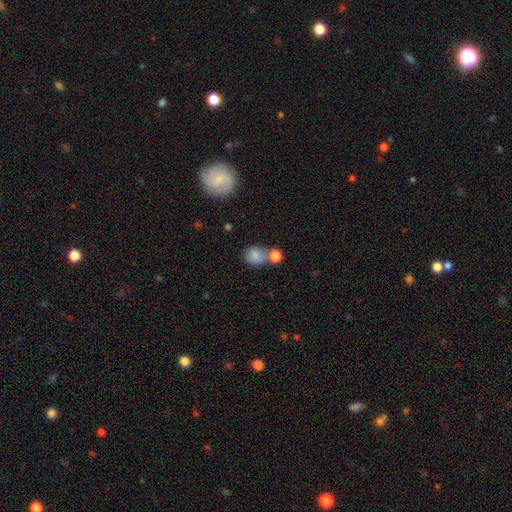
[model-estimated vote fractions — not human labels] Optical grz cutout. It shows a smooth galaxy with no disk features (81%) that is round (63%). Merging: none (51%).